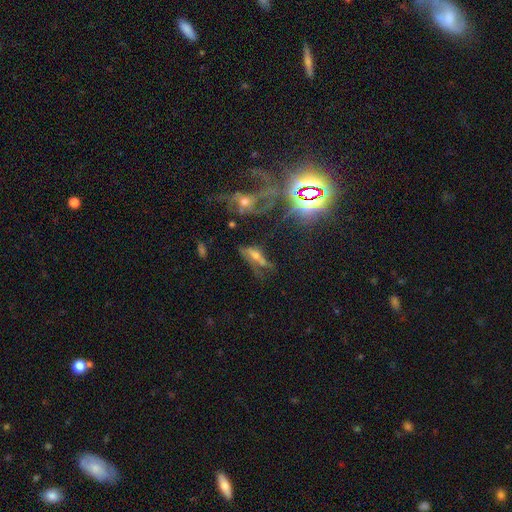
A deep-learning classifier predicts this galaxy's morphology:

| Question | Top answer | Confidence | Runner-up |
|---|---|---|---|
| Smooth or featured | featured or disk | 41% | star or artifact (33%) |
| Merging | none | 40% | major disturbance (25%) |